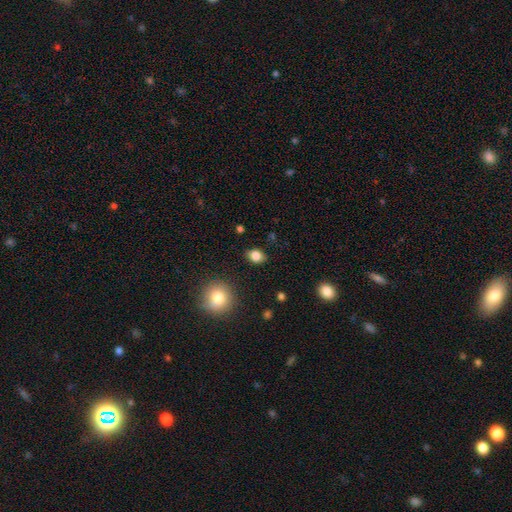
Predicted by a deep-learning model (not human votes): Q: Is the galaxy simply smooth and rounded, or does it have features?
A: smooth — 83%.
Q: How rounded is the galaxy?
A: in between — 63%.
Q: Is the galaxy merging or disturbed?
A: none — 85%.